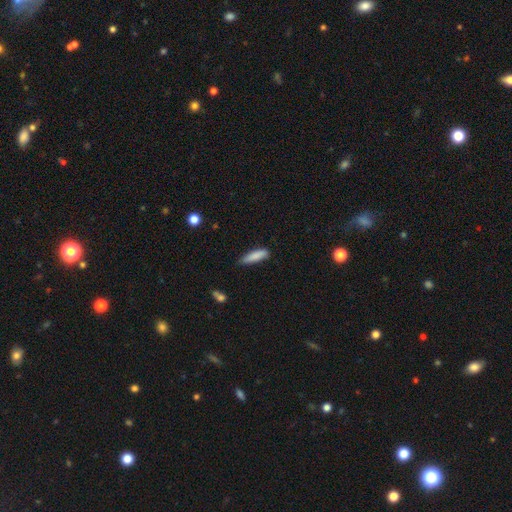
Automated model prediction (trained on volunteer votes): Smooth or featured? Predicted: smooth (p=0.84). How rounded? Predicted: cigar-shaped (p=0.69). Merging? Predicted: none (p=0.72).